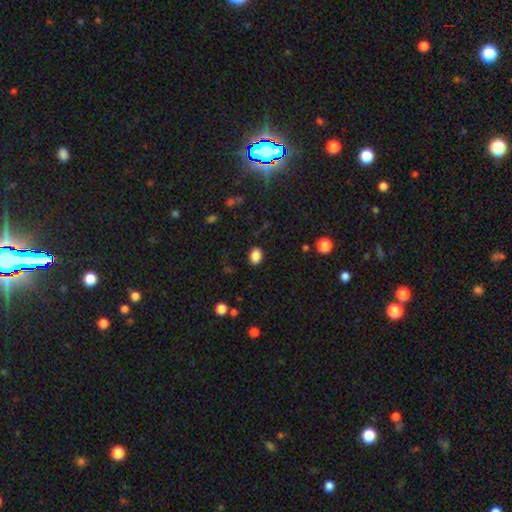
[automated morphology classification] Smooth or featured? smooth (86%)
How rounded? in between (76%)
Merging? none (86%)